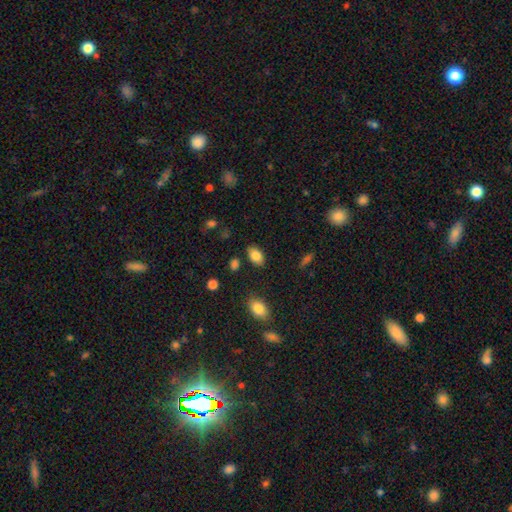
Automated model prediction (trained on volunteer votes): A smooth galaxy with no disk features (84%) that is in between round and cigar-shaped (91%). Merging: none (84%).